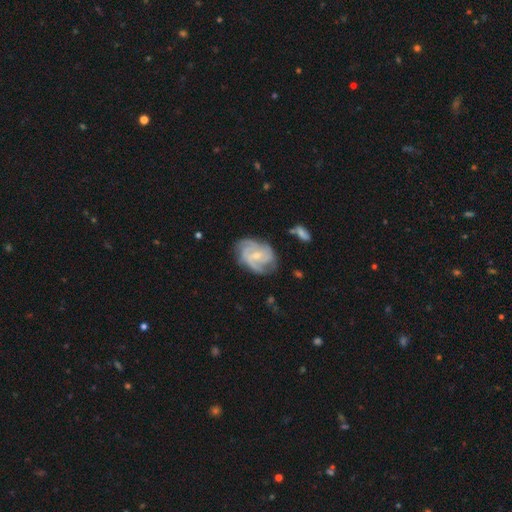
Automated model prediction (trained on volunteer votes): Overall: featured or disk (84%). Edge-on disk: no (97%). Bar: no (50%; weak 41%). Spiral arms: yes (95%). Spiral arm count: 3 (35%; 2 25%). Spiral winding: tight (49%; medium 40%). Bulge size: small (62%; moderate 34%). Merging: none (67%).